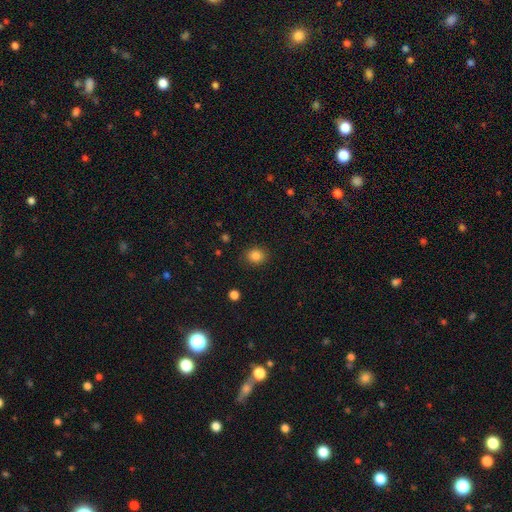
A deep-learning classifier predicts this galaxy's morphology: smooth_or_featured: smooth (p=0.84) [alt: star or artifact p=0.11]
how_rounded: round (p=0.74) [alt: in between p=0.25]
merging: none (p=0.87) [alt: minor disturbance p=0.09]